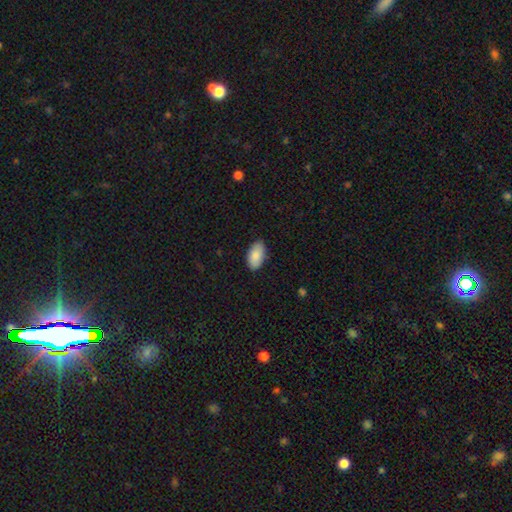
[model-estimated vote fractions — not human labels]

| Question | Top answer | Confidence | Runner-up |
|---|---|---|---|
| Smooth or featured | smooth | 87% | featured or disk (7%) |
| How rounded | in between | 95% | round (3%) |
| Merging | none | 86% | minor disturbance (11%) |